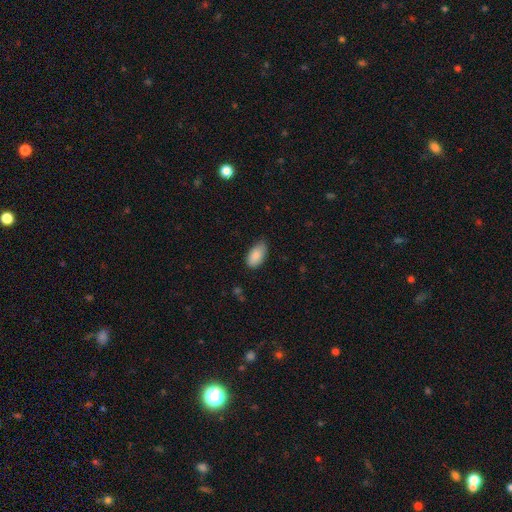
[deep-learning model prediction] This is clearly a smooth galaxy (88%). How rounded: clearly in between (94%). Merging: likely none (70%).